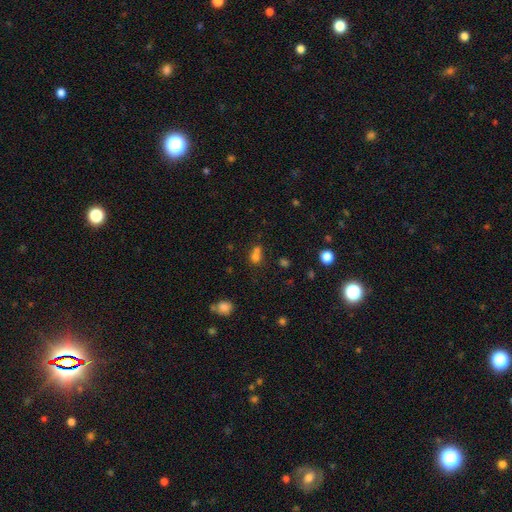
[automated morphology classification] The model was most divided on "merging": merger: 56%, none: 32%, minor disturbance: 7%, major disturbance: 4%. More confident: smooth or featured — smooth (71%); how rounded — round (70%).